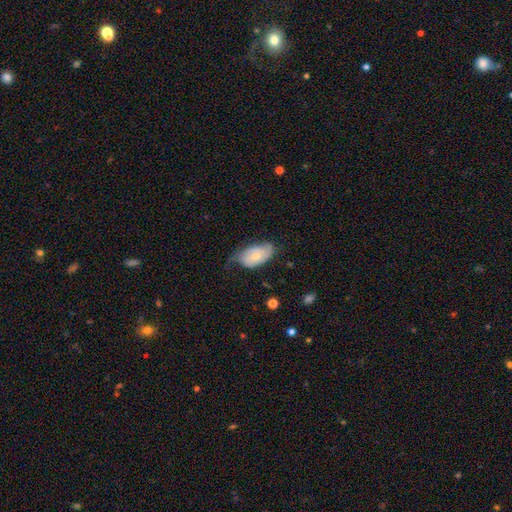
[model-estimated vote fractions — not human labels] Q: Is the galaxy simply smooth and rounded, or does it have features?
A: featured or disk — 47%.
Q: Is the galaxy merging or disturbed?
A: minor disturbance — 38%, tied with none.